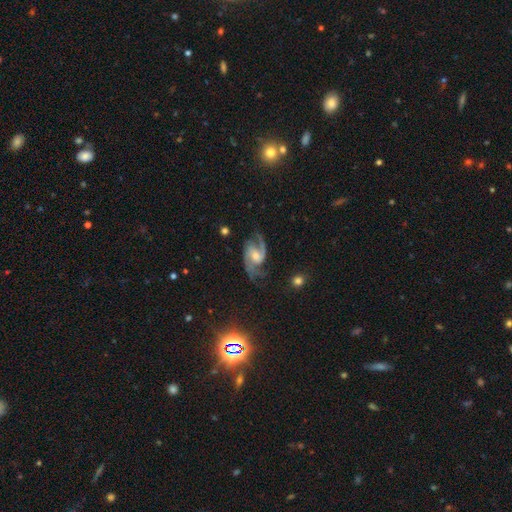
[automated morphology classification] type=featured or disk (90%); edge-on=no (98%); bar=weak (47%); spiral arms=yes (98%); winding=medium (56%); arm count=2 (79%); bulge=moderate (54%); merging=none (68%).